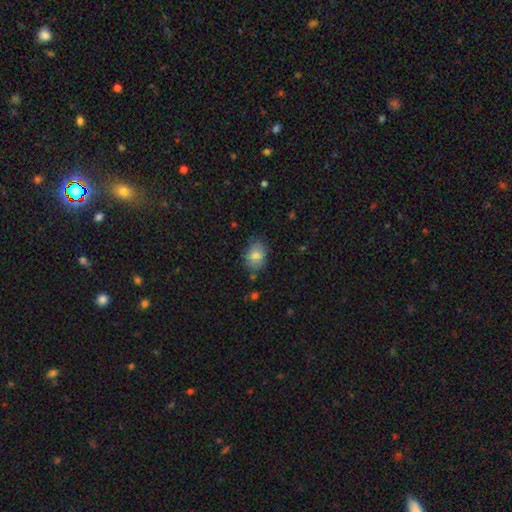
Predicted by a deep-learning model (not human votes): A smooth galaxy with no disk features (83%) that is in between round and cigar-shaped (71%).

Vote fractions:
- Smooth or featured? smooth: 83% / featured or disk: 9% / star or artifact: 8%
- How rounded? in between: 71% / round: 28% / cigar-shaped: 1%
- Merging? none: 74% / minor disturbance: 19% / major disturbance: 4% / merger: 2%